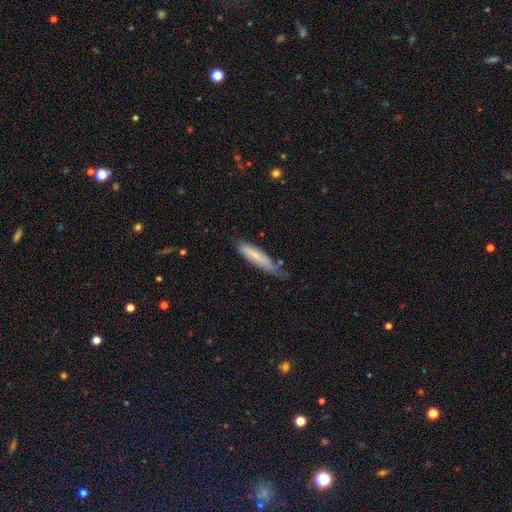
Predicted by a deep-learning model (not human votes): Smooth or featured? smooth (65%)
How rounded? cigar-shaped (76%)
Merging? none (52%)